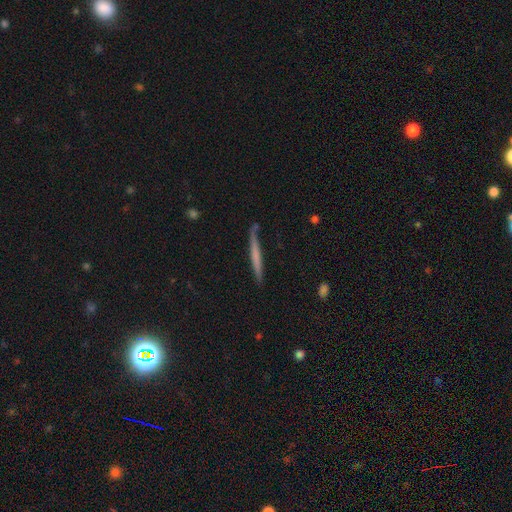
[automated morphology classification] Q: Smooth or featured?
A: smooth (50%); runner-up: featured or disk (44%)
Q: How rounded?
A: cigar-shaped (96%); runner-up: in between (2%)
Q: Merging?
A: none (83%); runner-up: minor disturbance (13%)